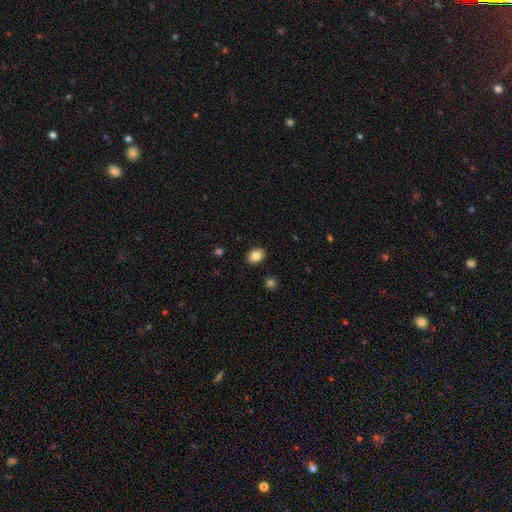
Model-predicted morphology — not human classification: Smooth or featured: smooth — 84% (star or artifact — 8%)
How rounded: in between — 64% (round — 35%)
Merging: none — 90% (minor disturbance — 7%)